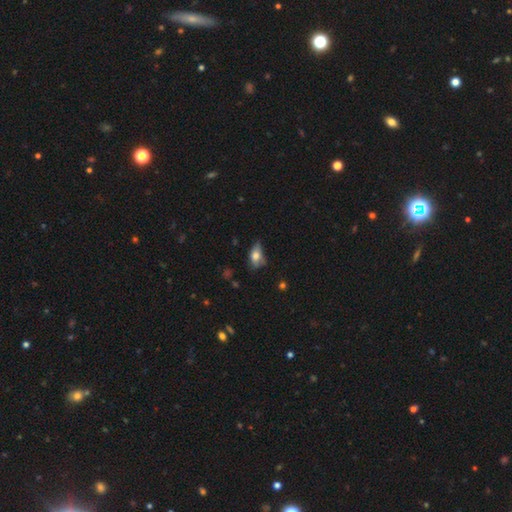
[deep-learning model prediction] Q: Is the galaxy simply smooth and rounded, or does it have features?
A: smooth — 67%.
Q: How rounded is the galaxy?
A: in between — 86%.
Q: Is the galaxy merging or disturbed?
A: minor disturbance — 39%.